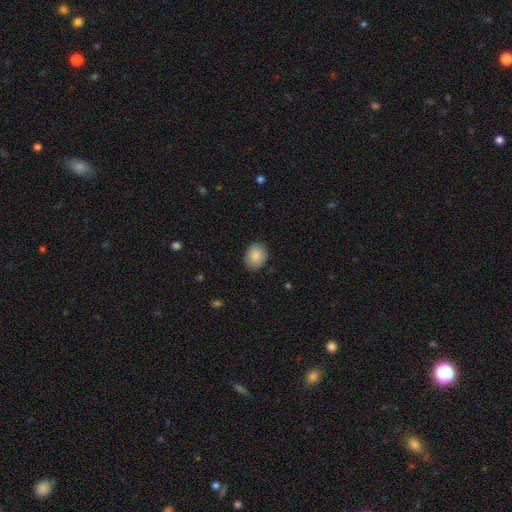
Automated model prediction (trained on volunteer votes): A smooth galaxy with no disk features (87%) that is round (50%). Merging: none (87%).